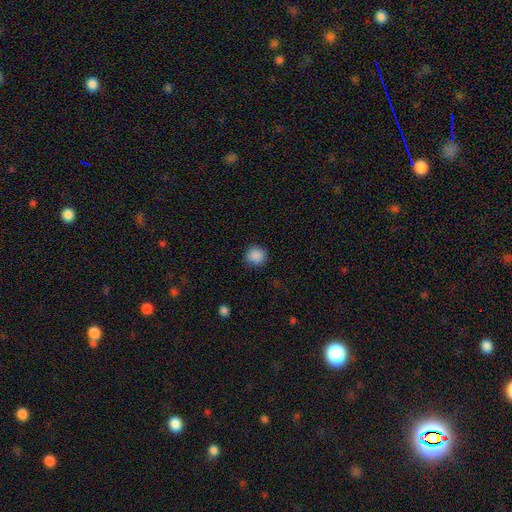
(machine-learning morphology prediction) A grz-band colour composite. It shows a smooth galaxy with no disk features (88%) that is round (90%). Merging: none (89%).